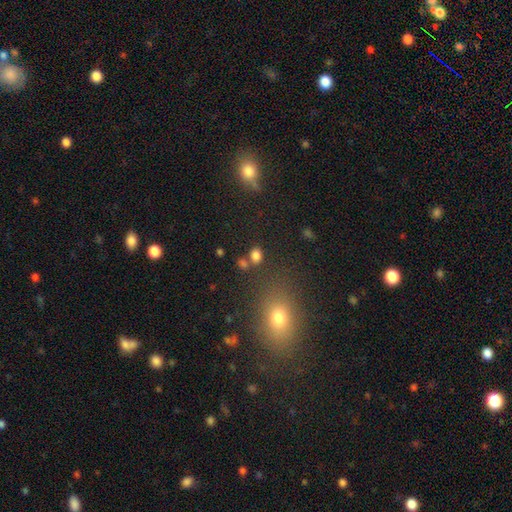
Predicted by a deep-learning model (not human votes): The model was most divided on "how rounded": in between: 60%, round: 39%, cigar-shaped: 2%. More confident: smooth or featured — smooth (78%); merging — none (70%).